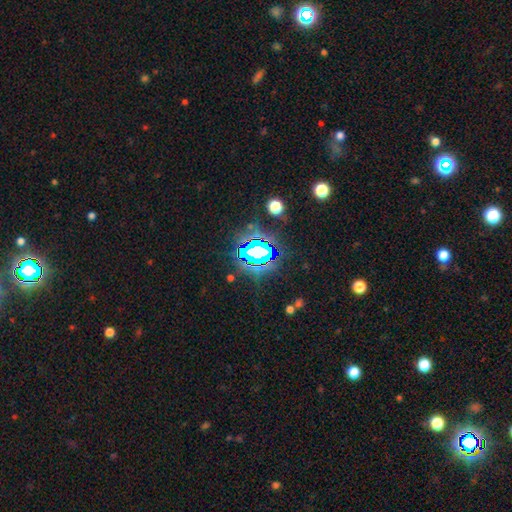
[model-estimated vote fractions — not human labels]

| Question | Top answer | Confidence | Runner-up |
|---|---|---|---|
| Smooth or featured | star or artifact | 73% | smooth (15%) |